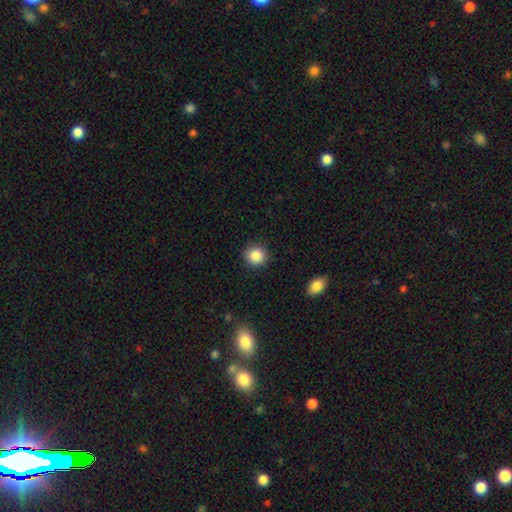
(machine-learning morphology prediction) This is clearly a smooth galaxy (86%). How rounded: clearly round (89%). Merging: clearly none (90%).